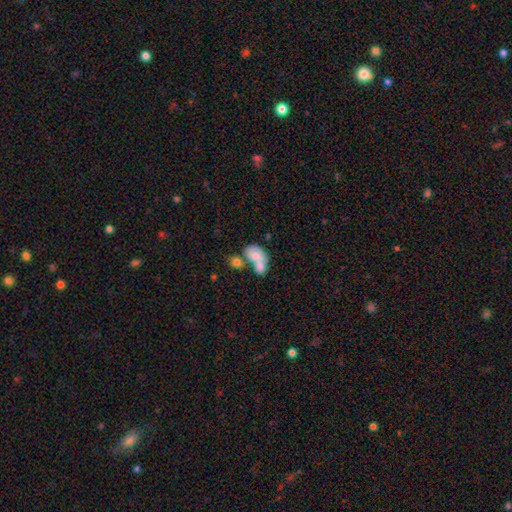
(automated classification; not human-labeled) Smooth or featured: smooth — 67% (featured or disk — 25%)
How rounded: in between — 78% (round — 21%)
Merging: merger — 67% (none — 17%)